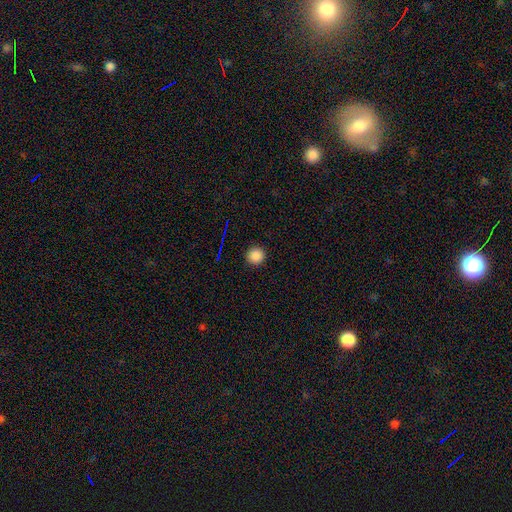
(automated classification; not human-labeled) Q: Smooth or featured?
A: smooth (85%); runner-up: star or artifact (11%)
Q: How rounded?
A: round (95%); runner-up: in between (4%)
Q: Merging?
A: none (92%); runner-up: minor disturbance (5%)